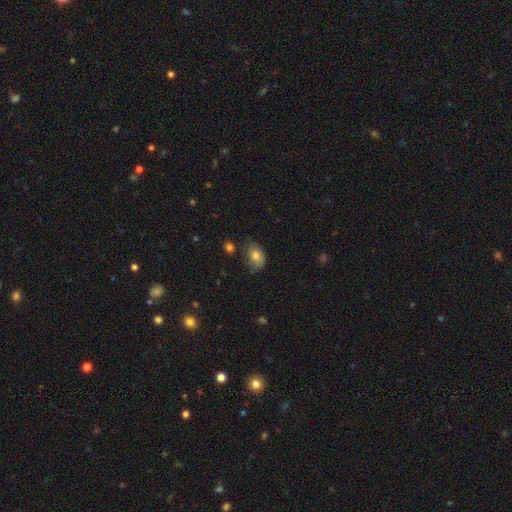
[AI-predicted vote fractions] A smooth galaxy with no disk features (73%) that is in between round and cigar-shaped (83%). Merging: none (53%).